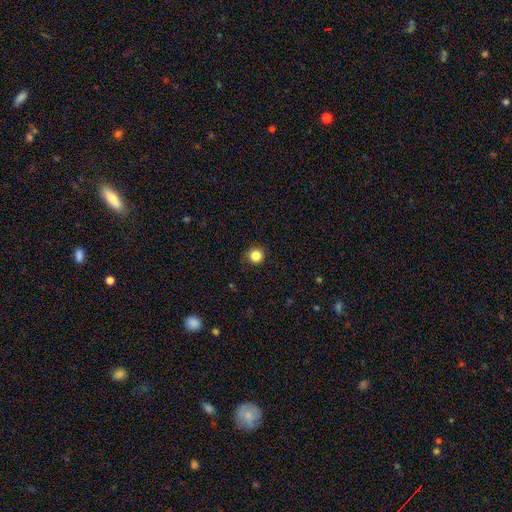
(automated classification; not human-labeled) smooth_or_featured: smooth (p=0.84) [alt: star or artifact p=0.11]
how_rounded: round (p=0.96) [alt: in between p=0.03]
merging: none (p=0.91) [alt: minor disturbance p=0.06]